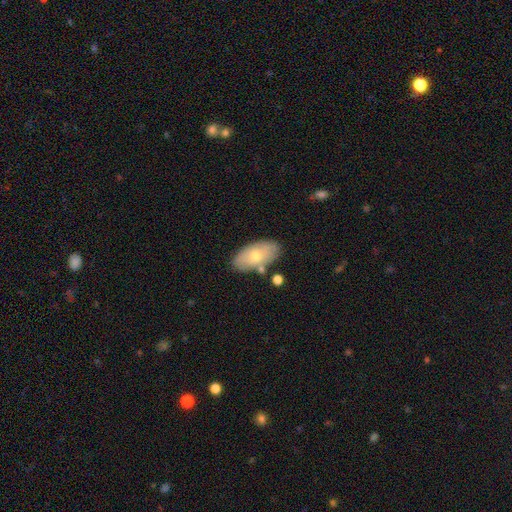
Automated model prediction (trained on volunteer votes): A smooth galaxy with no disk features (64%) that is in between round and cigar-shaped (93%). Merging: none (77%).